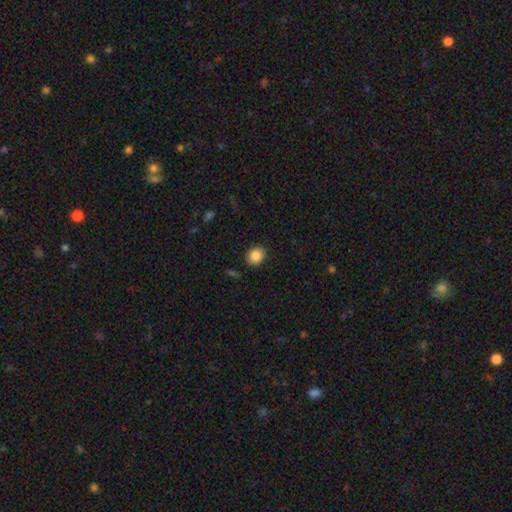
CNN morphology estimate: A smooth galaxy with no disk features (86%) that is round (64%). Merging: none (87%).